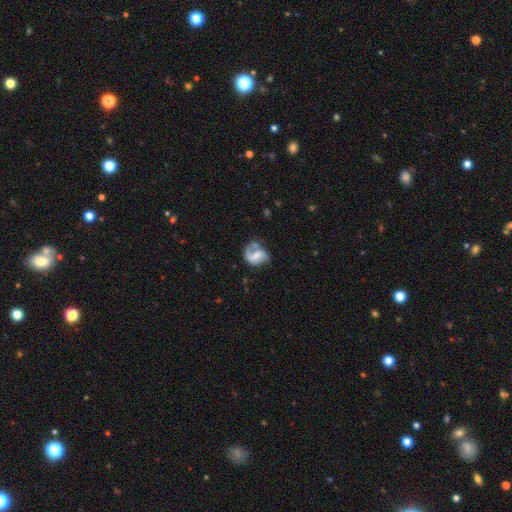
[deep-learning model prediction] This is likely a featured or disk galaxy (61%). It is clearly not viewed edge-on (97%). Bar: marginally weak (42%). Spiral arm pattern: clearly yes (82%). Central bulge: marginally small (35%). Merging: marginally none (40%).